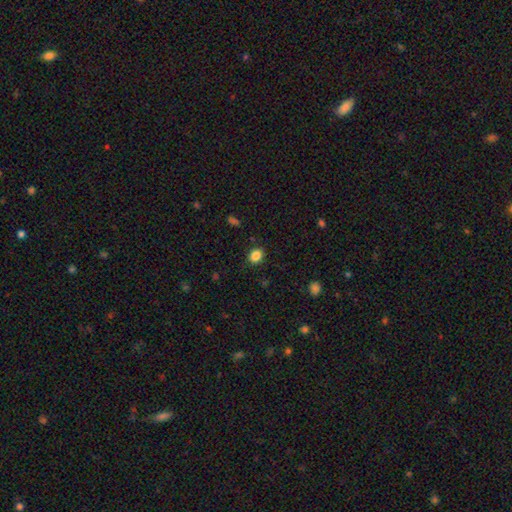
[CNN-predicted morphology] Smooth or featured? smooth (86%)
How rounded? round (53%)
Merging? none (88%)